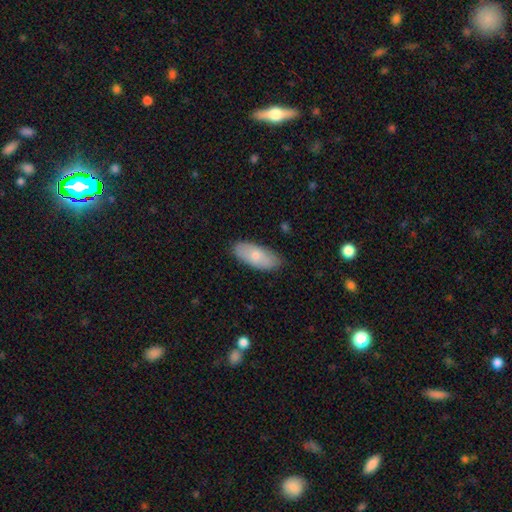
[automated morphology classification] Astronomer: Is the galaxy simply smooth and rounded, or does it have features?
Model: smooth — 73%.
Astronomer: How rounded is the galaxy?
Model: in between — 88%.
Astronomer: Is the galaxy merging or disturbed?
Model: none — 82%.